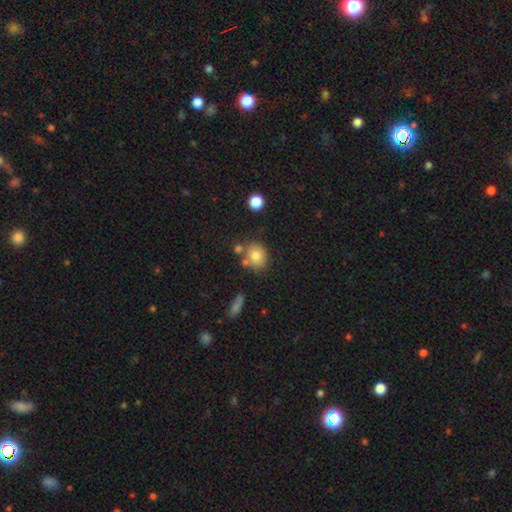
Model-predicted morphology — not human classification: Smooth or featured? smooth (78%)
How rounded? round (62%)
Merging? none (66%)